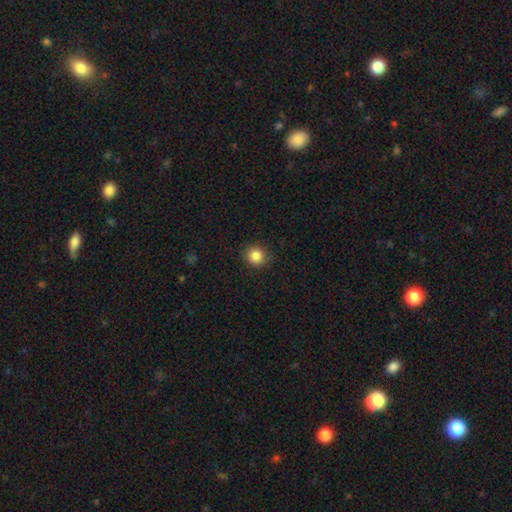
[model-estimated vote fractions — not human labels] Smooth or featured: smooth — 85% (star or artifact — 10%)
How rounded: round — 89% (in between — 10%)
Merging: none — 88% (minor disturbance — 8%)